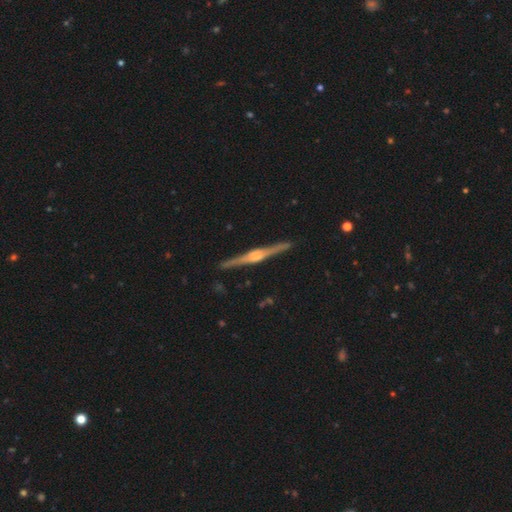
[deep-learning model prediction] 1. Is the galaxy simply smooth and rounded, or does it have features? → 86% featured or disk, 9% smooth, 5% star or artifact.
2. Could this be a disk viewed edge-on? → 98% yes, 2% no.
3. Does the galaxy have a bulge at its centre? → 76% rounded, 18% boxy, 6% none.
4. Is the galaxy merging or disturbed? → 92% none, 6% minor disturbance, 1% major disturbance, 1% merger.